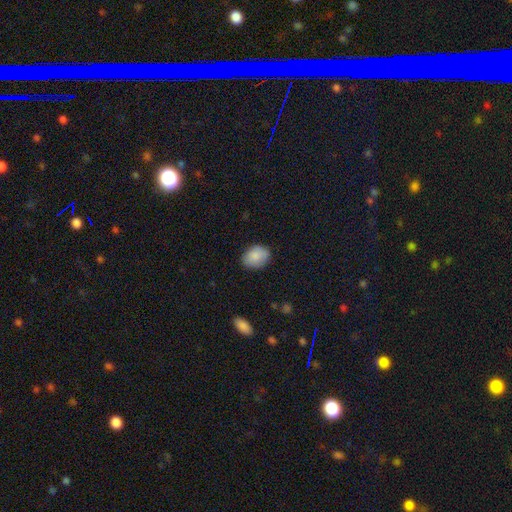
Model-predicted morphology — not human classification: A smooth galaxy with no disk features (86%) that is in between round and cigar-shaped (71%). Merging: none (81%).